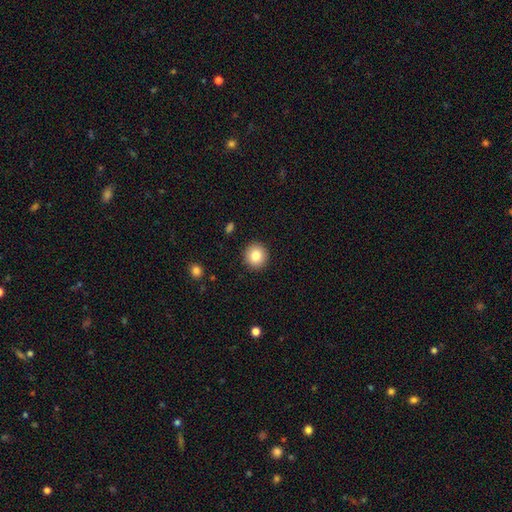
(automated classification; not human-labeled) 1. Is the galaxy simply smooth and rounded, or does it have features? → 83% smooth, 9% star or artifact, 8% featured or disk.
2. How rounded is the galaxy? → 93% round, 6% in between, 1% cigar-shaped.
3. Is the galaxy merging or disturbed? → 92% none, 5% minor disturbance, 2% major disturbance, 1% merger.